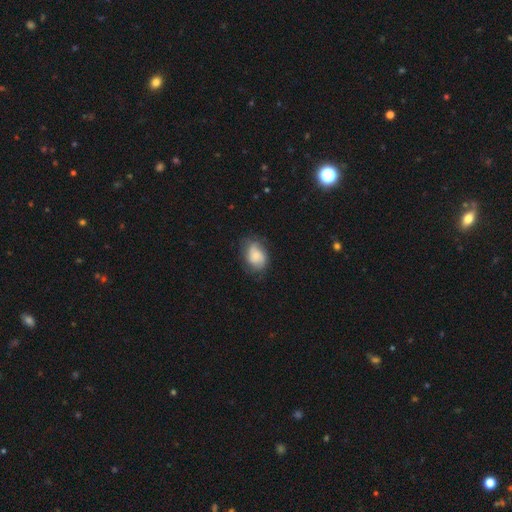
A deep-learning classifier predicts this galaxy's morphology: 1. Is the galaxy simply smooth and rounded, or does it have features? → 51% smooth, 40% featured or disk, 9% star or artifact.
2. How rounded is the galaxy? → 72% in between, 27% round, 1% cigar-shaped.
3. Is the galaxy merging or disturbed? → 67% none, 23% minor disturbance, 9% major disturbance, 1% merger.